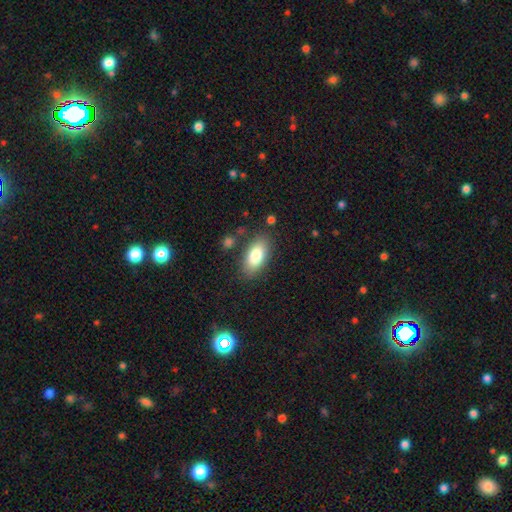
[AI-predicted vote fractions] Smooth or featured: smooth — 81% (featured or disk — 13%)
How rounded: in between — 90% (cigar-shaped — 7%)
Merging: none — 81% (minor disturbance — 12%)